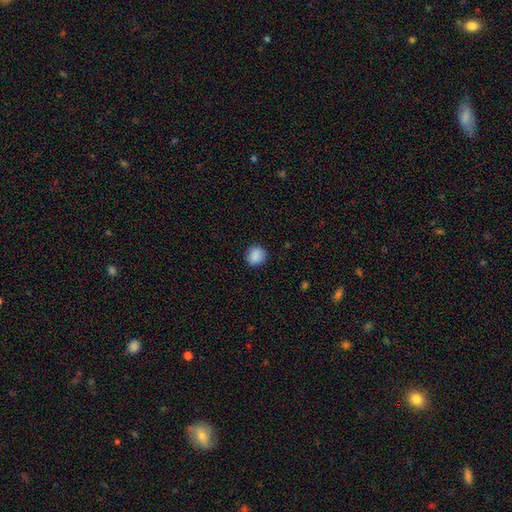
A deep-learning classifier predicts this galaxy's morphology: A smooth galaxy with no disk features (89%) that is round (84%).

Vote fractions:
- Smooth or featured? smooth: 89% / star or artifact: 8% / featured or disk: 3%
- How rounded? round: 84% / in between: 15% / cigar-shaped: 1%
- Merging? none: 89% / minor disturbance: 8% / major disturbance: 2% / merger: 1%